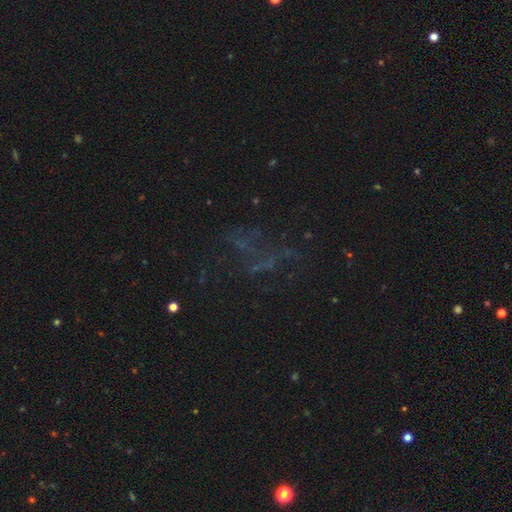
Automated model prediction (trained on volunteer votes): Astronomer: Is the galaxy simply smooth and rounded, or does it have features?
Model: star or artifact — 48% (runner-up: featured or disk, 33%).